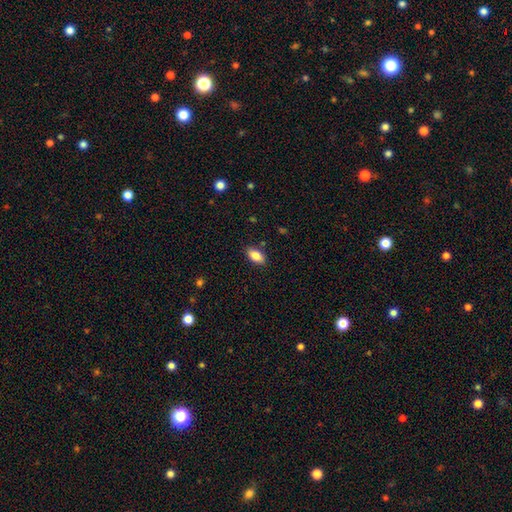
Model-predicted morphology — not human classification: The model was most divided on "smooth or featured": smooth: 83%, featured or disk: 9%, star or artifact: 8%. More confident: how rounded — in between (90%); merging — none (87%).